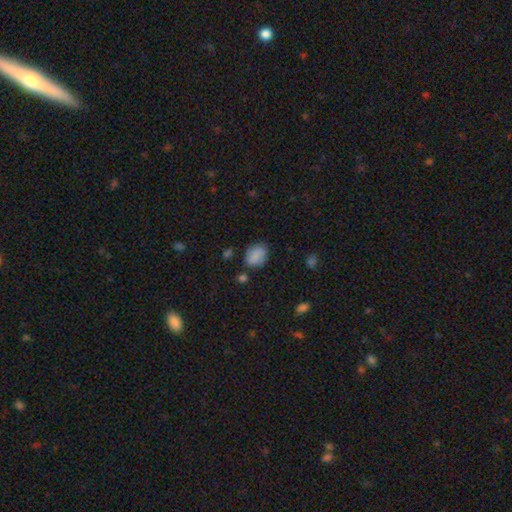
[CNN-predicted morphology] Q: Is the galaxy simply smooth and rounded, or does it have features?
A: smooth — 85%.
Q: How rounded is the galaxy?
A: in between — 62%.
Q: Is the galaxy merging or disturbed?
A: none — 74%.